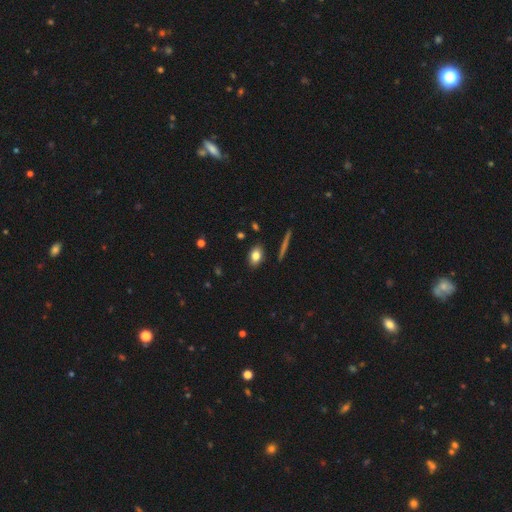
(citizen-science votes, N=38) Smooth or featured? smooth (87%)
How rounded? in between (82%)
Merging? none (86%)